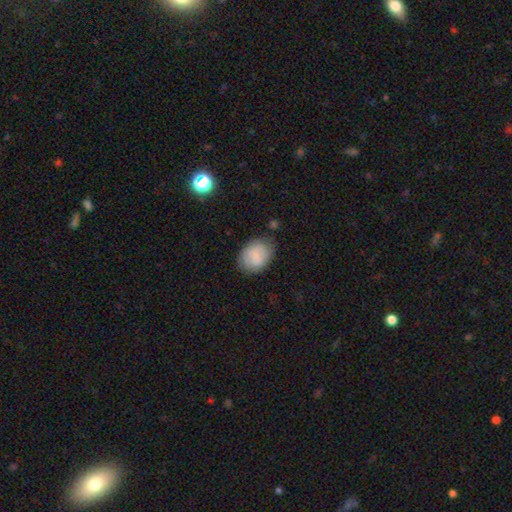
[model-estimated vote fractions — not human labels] Smooth or featured: smooth — 80% (featured or disk — 13%)
How rounded: in between — 72% (round — 27%)
Merging: none — 72% (minor disturbance — 20%)